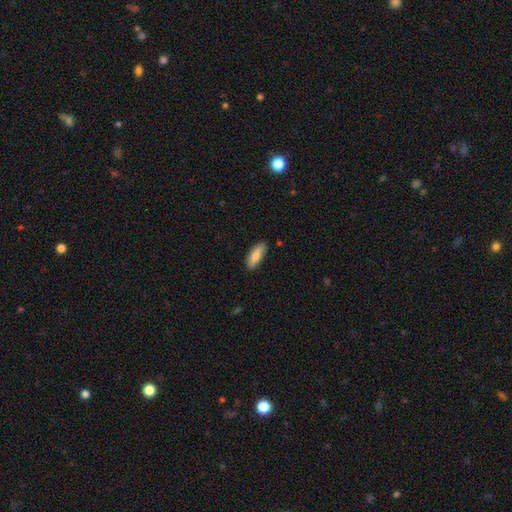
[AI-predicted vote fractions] Smooth or featured?
  - smooth: 80% *
  - featured or disk: 14%
  - star or artifact: 6%
How rounded?
  - in between: 64% *
  - cigar-shaped: 34%
  - round: 2%
Merging?
  - none: 87% *
  - minor disturbance: 10%
  - major disturbance: 2%
  - merger: 1%